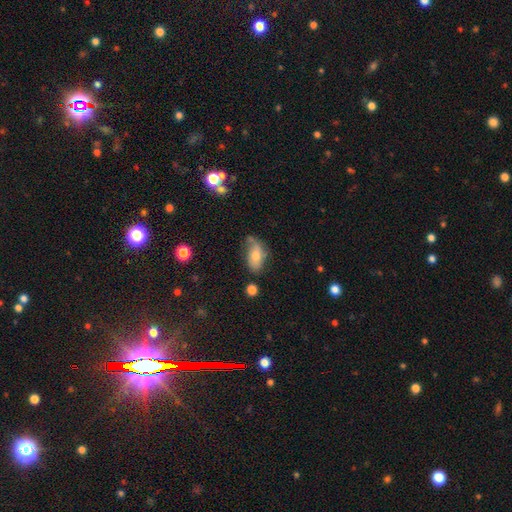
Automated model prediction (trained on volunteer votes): A smooth galaxy with no disk features (60%) that is in between round and cigar-shaped (89%).

Vote fractions:
- Smooth or featured? smooth: 60% / featured or disk: 31% / star or artifact: 9%
- How rounded? in between: 89% / cigar-shaped: 6% / round: 5%
- Merging? none: 50% / minor disturbance: 32% / major disturbance: 12% / merger: 6%